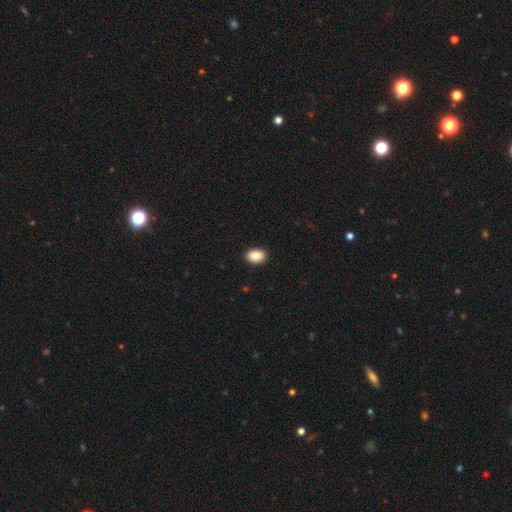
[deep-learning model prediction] Smooth or featured: smooth — 89% (star or artifact — 8%)
How rounded: in between — 74% (round — 25%)
Merging: none — 91% (minor disturbance — 7%)